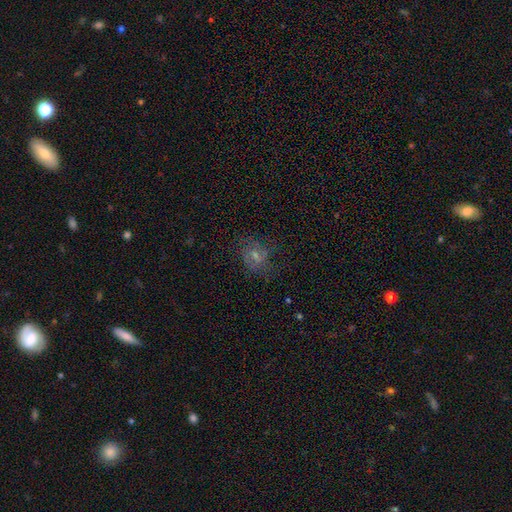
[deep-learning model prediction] A featured or disk galaxy (50%).

Vote fractions:
- Smooth or featured? featured or disk: 50% / smooth: 35% / star or artifact: 15%
- Edge-on disk? no: 96% / yes: 4%
- Merging? none: 64% / minor disturbance: 20% / major disturbance: 14% / merger: 2%